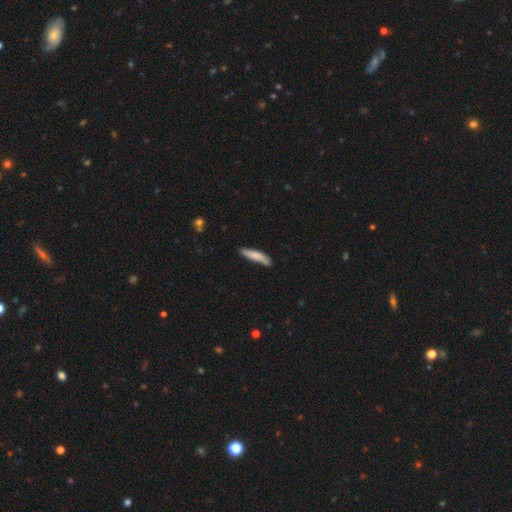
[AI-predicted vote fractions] A smooth galaxy with no disk features (80%) that is cigar-shaped (81%). Merging: none (75%).